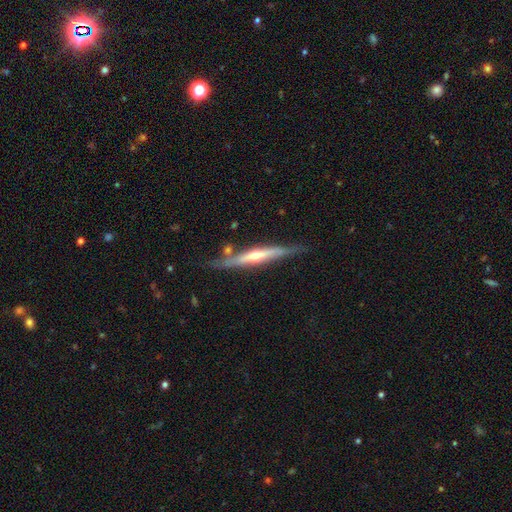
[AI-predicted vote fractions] Overall: featured or disk (73%). Edge-on disk: yes (95%). Edge-on bulge: rounded (78%). Merging: none (75%).